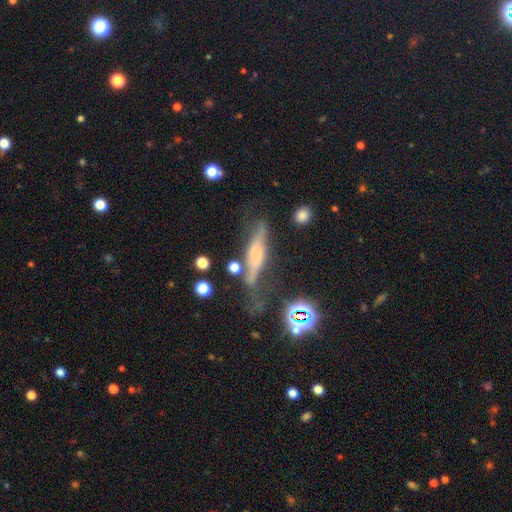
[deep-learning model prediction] This is possibly a featured or disk galaxy (52%). It is clearly viewed edge-on (83%). Merging: possibly none (50%).